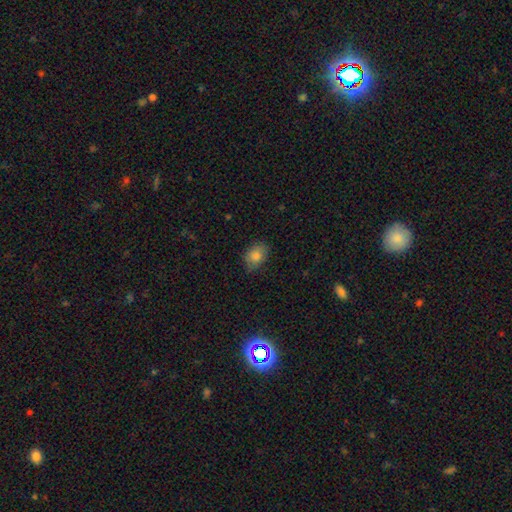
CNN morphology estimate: Smooth or featured? Predicted: smooth (p=0.83). How rounded? Predicted: in between (p=0.74). Merging? Predicted: none (p=0.77).